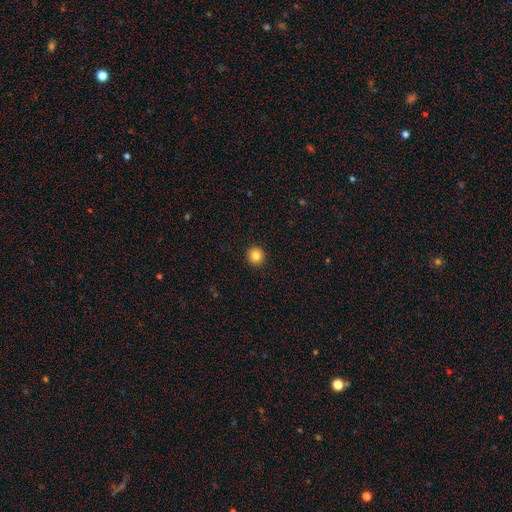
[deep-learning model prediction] A smooth galaxy with no disk features (84%) that is round (94%).

Vote fractions:
- Smooth or featured? smooth: 84% / star or artifact: 11% / featured or disk: 5%
- How rounded? round: 94% / in between: 5% / cigar-shaped: 1%
- Merging? none: 93% / minor disturbance: 4% / major disturbance: 2% / merger: 1%